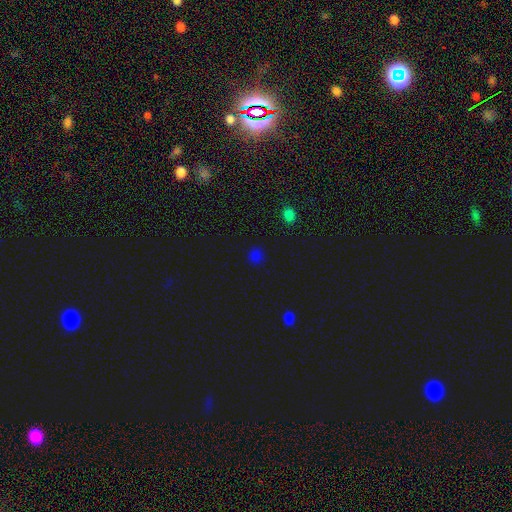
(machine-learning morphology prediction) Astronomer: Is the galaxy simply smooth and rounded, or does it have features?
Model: smooth — 69%.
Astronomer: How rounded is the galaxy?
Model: round — 86%.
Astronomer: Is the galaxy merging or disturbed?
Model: none — 87%.